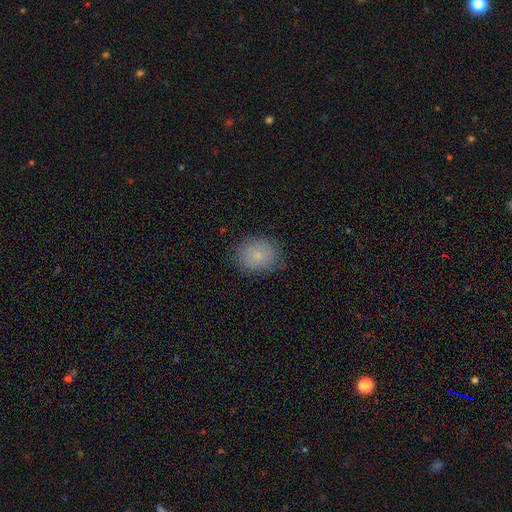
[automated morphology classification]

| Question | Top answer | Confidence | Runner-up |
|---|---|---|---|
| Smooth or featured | smooth | 81% | featured or disk (10%) |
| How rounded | round | 70% | in between (29%) |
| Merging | none | 77% | minor disturbance (17%) |